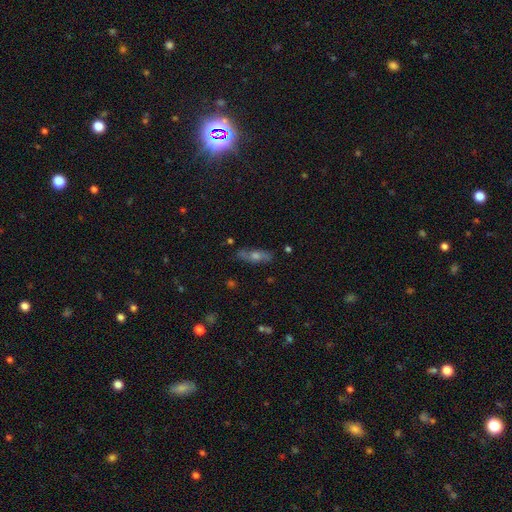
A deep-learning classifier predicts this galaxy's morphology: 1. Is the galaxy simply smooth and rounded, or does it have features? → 48% featured or disk, 36% smooth, 16% star or artifact.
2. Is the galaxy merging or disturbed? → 79% none, 15% minor disturbance, 4% major disturbance, 2% merger.